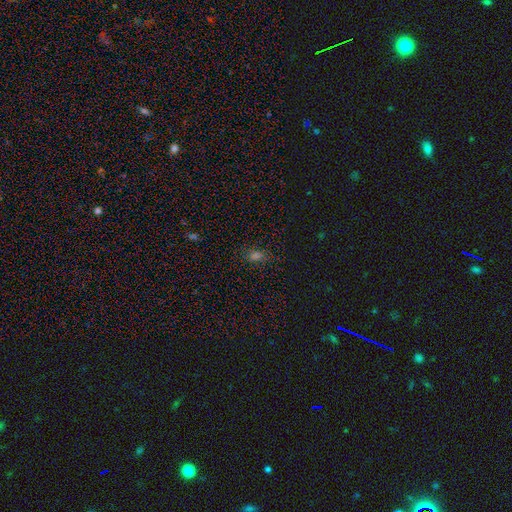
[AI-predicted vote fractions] smooth_or_featured: smooth (p=0.64) [alt: star or artifact p=0.29]
how_rounded: in between (p=0.70) [alt: round p=0.26]
merging: none (p=0.79) [alt: minor disturbance p=0.14]